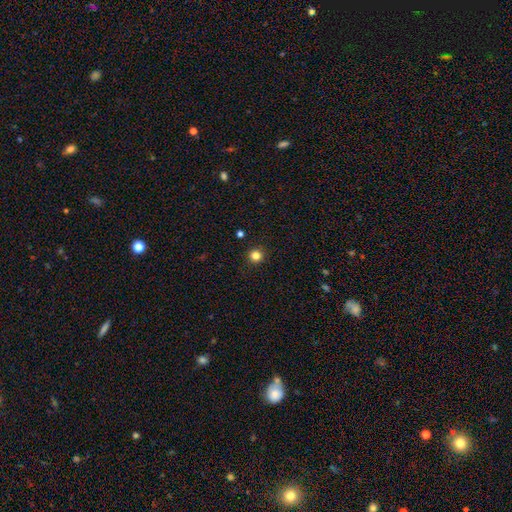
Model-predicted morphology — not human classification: This appears to be a smooth galaxy with no disk features (83%) that is round (95%). Merging: none (93%).